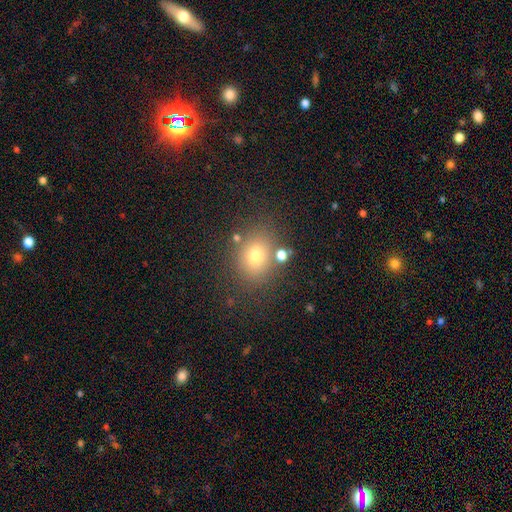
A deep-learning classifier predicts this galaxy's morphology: Overall: smooth (72%). How rounded: round (59%; in between 40%). Merging: none (76%).